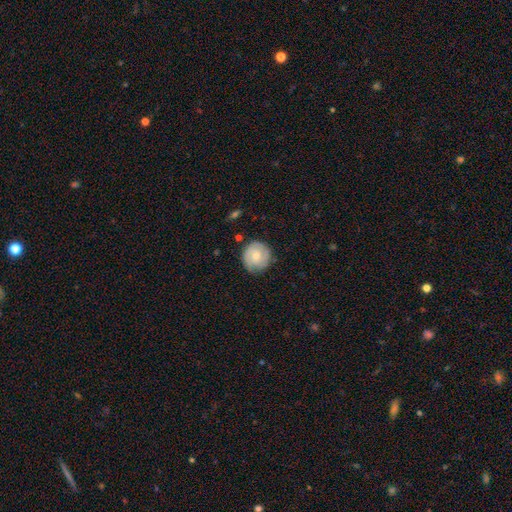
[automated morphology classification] Smooth or featured?
  - featured or disk: 55% *
  - smooth: 39%
  - star or artifact: 6%
Edge-on disk?
  - no: 98% *
  - yes: 2%
Bar?
  - no: 68% *
  - weak: 28%
  - strong: 4%
Spiral arms?
  - yes: 87% *
  - no: 13%
Bulge size?
  - small: 49% *
  - moderate: 46%
  - none: 2%
  - large: 2%
  - dominant: 1%
Merging?
  - none: 82% *
  - minor disturbance: 13%
  - major disturbance: 3%
  - merger: 1%